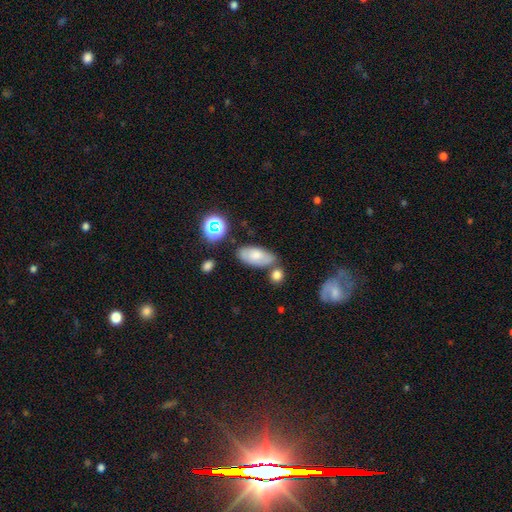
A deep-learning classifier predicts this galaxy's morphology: This appears to be a smooth galaxy with no disk features (66%) that is in between round and cigar-shaped (91%). Merging: none (62%).